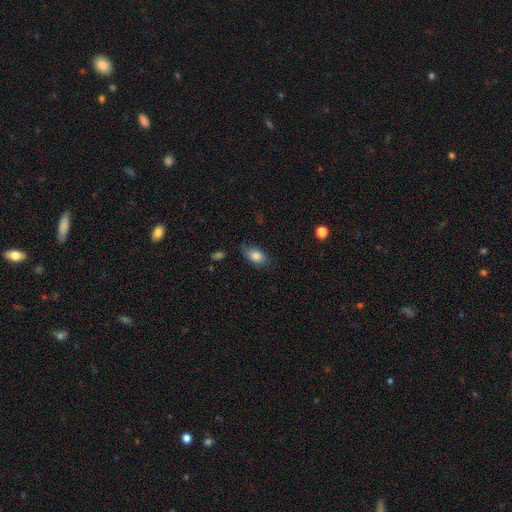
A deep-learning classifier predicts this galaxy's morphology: Smooth or featured: smooth — 83% (featured or disk — 9%)
How rounded: in between — 88% (round — 9%)
Merging: none — 67% (minor disturbance — 25%)